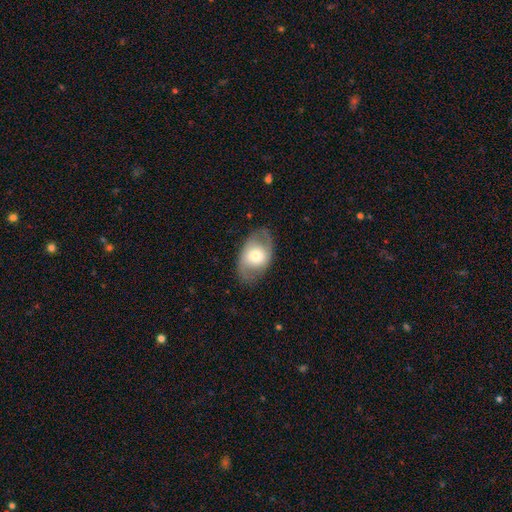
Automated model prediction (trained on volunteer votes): Q: Smooth or featured?
A: featured or disk (50%); runner-up: smooth (43%)
Q: Edge-on disk?
A: no (92%); runner-up: yes (8%)
Q: Merging?
A: none (78%); runner-up: minor disturbance (14%)